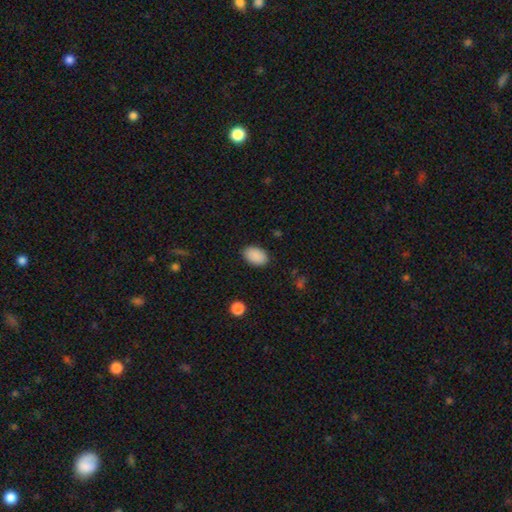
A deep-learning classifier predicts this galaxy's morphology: A smooth galaxy with no disk features (90%) that is in between round and cigar-shaped (89%).

Vote fractions:
- Smooth or featured? smooth: 90% / star or artifact: 8% / featured or disk: 3%
- How rounded? in between: 89% / round: 10% / cigar-shaped: 1%
- Merging? none: 86% / minor disturbance: 10% / major disturbance: 2% / merger: 1%